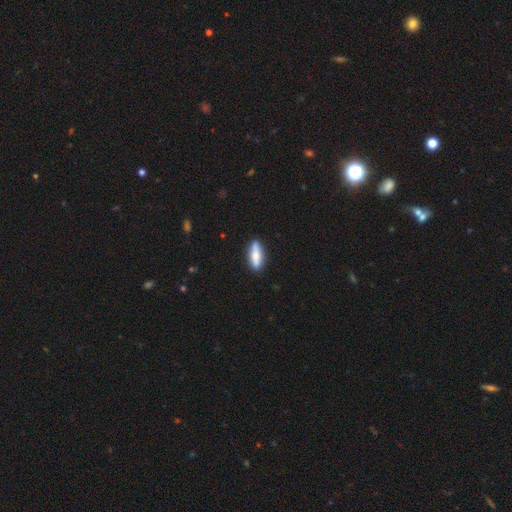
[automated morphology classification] Smooth or featured? smooth (64%)
How rounded? cigar-shaped (50%)
Merging? none (88%)